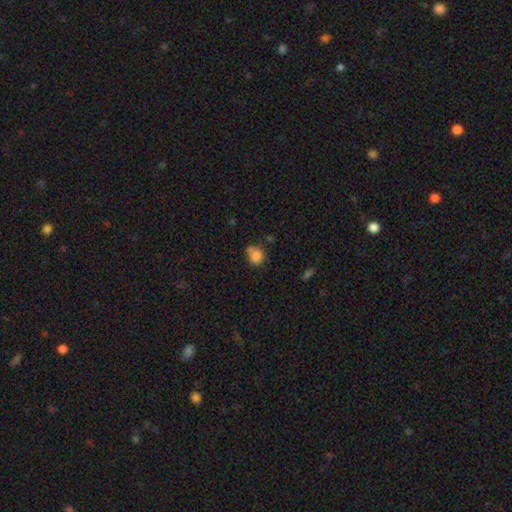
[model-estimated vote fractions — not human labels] A smooth galaxy with no disk features (82%) that is round (75%). Merging: none (51%).